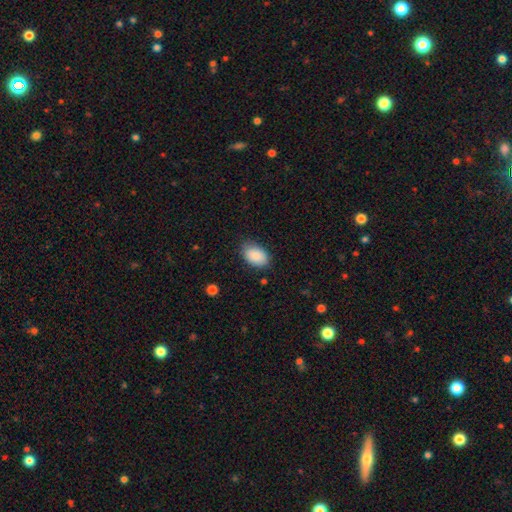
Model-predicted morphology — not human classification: A smooth galaxy with no disk features (89%) that is in between round and cigar-shaped (91%).

Vote fractions:
- Smooth or featured? smooth: 89% / star or artifact: 6% / featured or disk: 4%
- How rounded? in between: 91% / round: 8% / cigar-shaped: 1%
- Merging? none: 80% / minor disturbance: 16% / major disturbance: 3% / merger: 1%